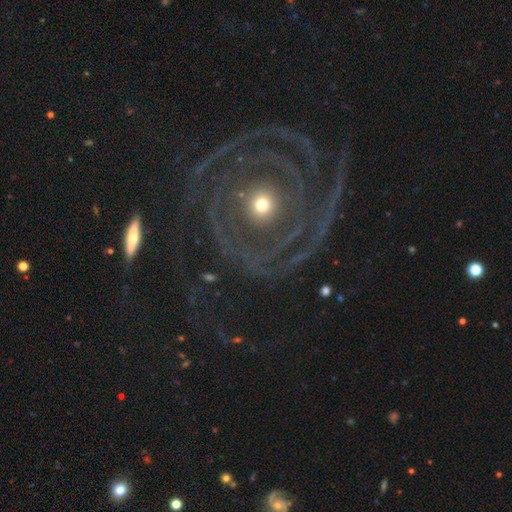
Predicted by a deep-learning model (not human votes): The model was most divided on "bulge size": moderate: 48%, small: 47%, large: 3%, dominant: 1%, none: 1%. Remaining: edge-on disk — no (97%); spiral arms — yes (95%); smooth or featured — featured or disk (88%); spiral winding — tight (76%); bar — no (74%); merging — none (72%); spiral arm count — 2 (34%).